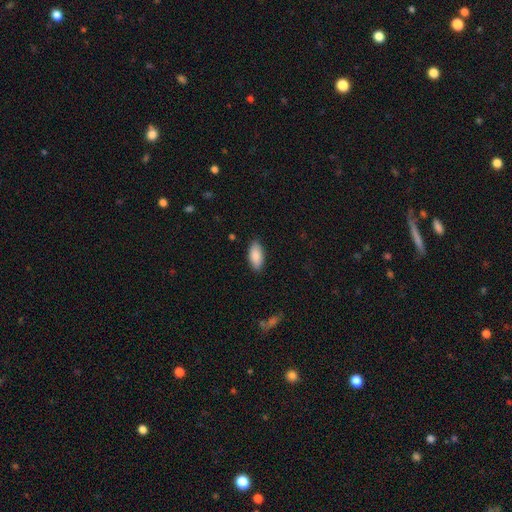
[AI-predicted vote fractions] Smooth or featured: smooth — 88% (star or artifact — 6%)
How rounded: in between — 90% (cigar-shaped — 8%)
Merging: none — 87% (minor disturbance — 10%)